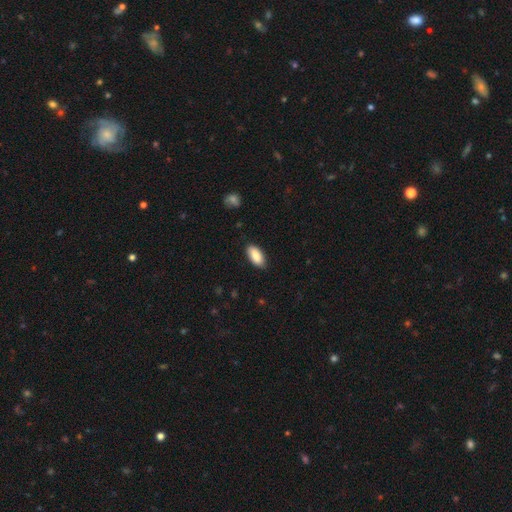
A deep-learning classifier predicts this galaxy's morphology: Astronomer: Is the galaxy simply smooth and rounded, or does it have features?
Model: smooth — 87%.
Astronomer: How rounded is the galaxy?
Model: in between — 92%.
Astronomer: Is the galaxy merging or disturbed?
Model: none — 86%.